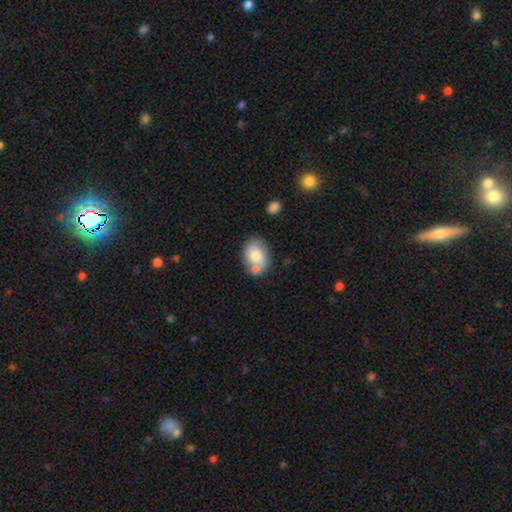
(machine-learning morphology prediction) A smooth galaxy with no disk features (70%) that is in between round and cigar-shaped (71%). Merging: none (50%).